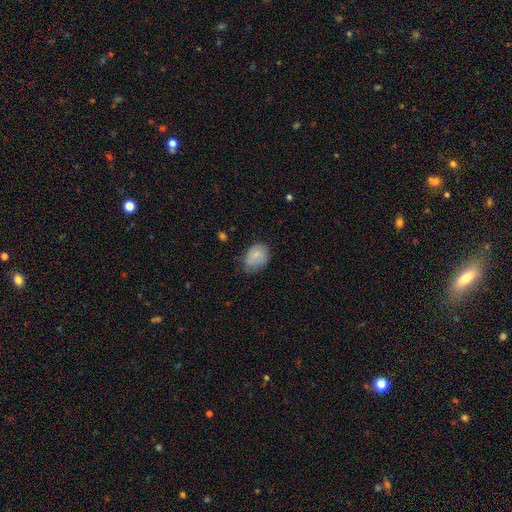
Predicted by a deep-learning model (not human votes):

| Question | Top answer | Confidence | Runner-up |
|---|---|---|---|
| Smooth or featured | smooth | 78% | featured or disk (15%) |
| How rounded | in between | 68% | round (31%) |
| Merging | none | 55% | minor disturbance (35%) |